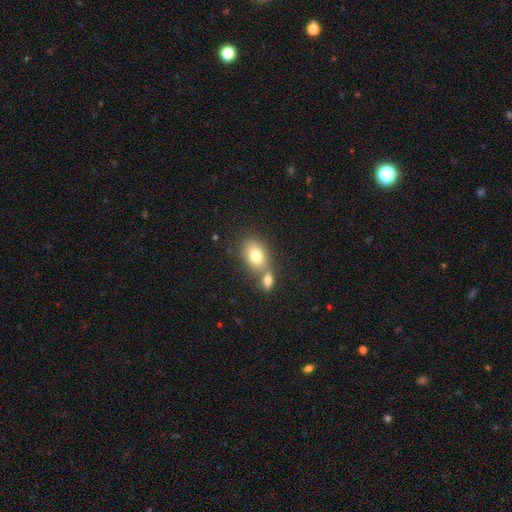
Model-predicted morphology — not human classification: Smooth or featured?
  - smooth: 78% *
  - featured or disk: 13%
  - star or artifact: 9%
How rounded?
  - in between: 78% *
  - round: 21%
  - cigar-shaped: 2%
Merging?
  - none: 47% *
  - merger: 39%
  - minor disturbance: 10%
  - major disturbance: 4%